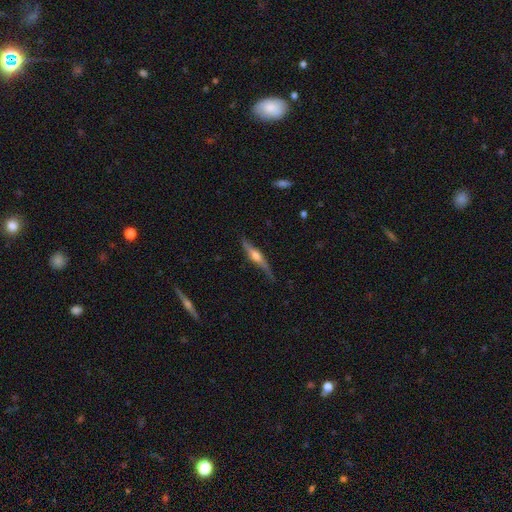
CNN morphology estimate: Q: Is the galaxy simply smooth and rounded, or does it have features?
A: featured or disk — 67%.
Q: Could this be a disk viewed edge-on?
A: yes — 95%.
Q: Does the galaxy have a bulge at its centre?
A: rounded — 88%.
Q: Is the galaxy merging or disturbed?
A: none — 74%.